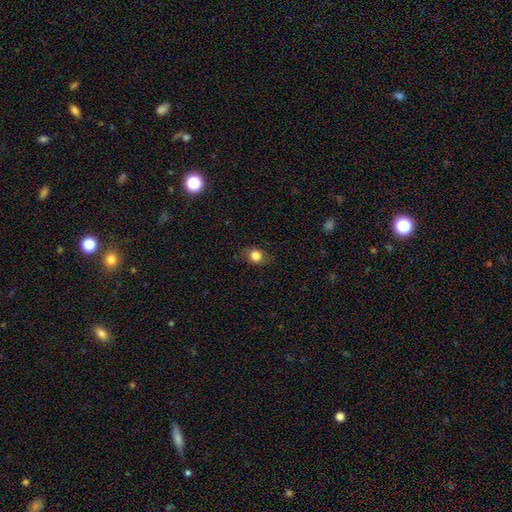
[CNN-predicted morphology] smooth_or_featured: smooth (p=0.81) [alt: star or artifact p=0.10]
how_rounded: round (p=0.50) [alt: in between p=0.49]
merging: none (p=0.80) [alt: minor disturbance p=0.15]